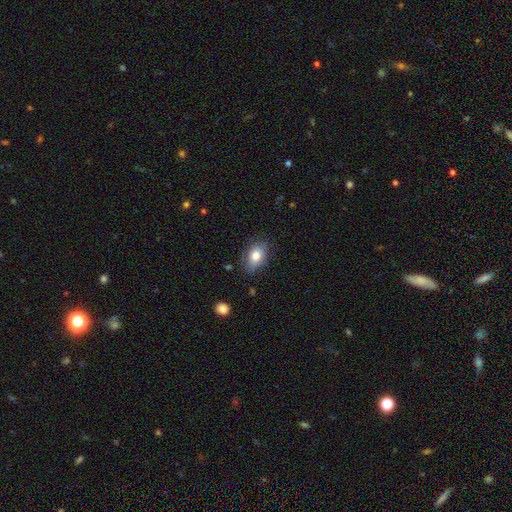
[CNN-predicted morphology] Smooth or featured? smooth (77%)
How rounded? in between (86%)
Merging? none (74%)